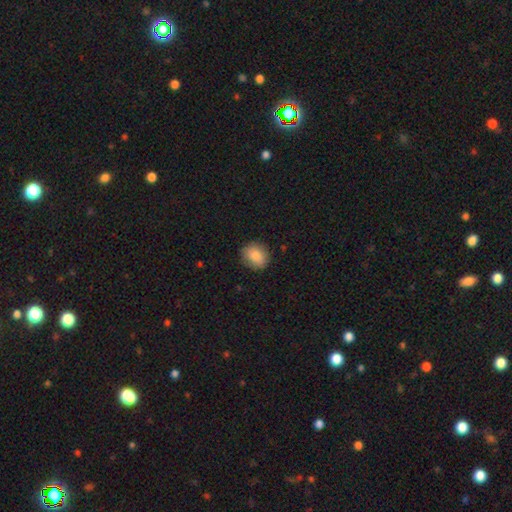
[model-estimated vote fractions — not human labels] The model was most divided on "how rounded": round: 76%, in between: 23%, cigar-shaped: 1%. More confident: merging — none (86%); smooth or featured — smooth (86%).